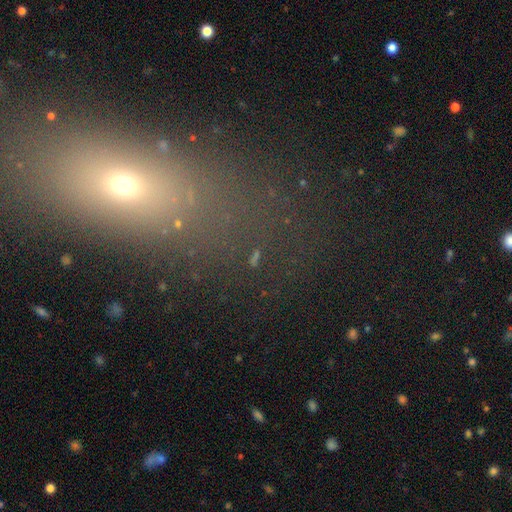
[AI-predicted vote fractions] star or artifact 54%, smooth 28%, featured or disk 18%.